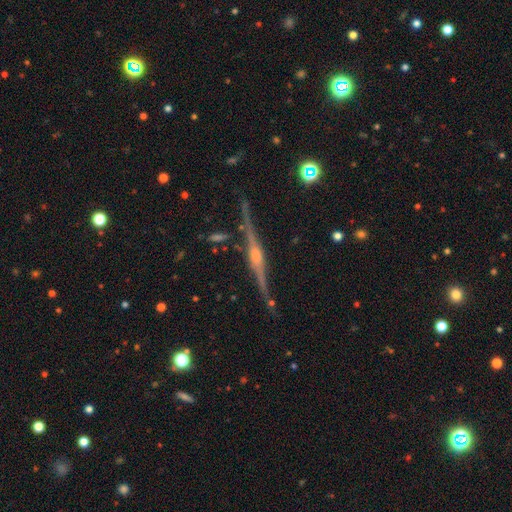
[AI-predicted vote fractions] Smooth or featured?
  - featured or disk: 88% *
  - star or artifact: 6%
  - smooth: 6%
Edge-on disk?
  - yes: 98% *
  - no: 2%
Edge-on bulge?
  - rounded: 81% *
  - boxy: 13%
  - none: 6%
Merging?
  - none: 87% *
  - minor disturbance: 9%
  - merger: 2%
  - major disturbance: 2%